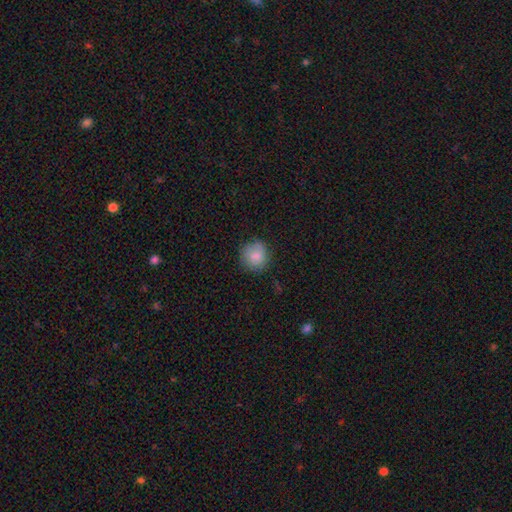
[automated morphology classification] This is clearly a smooth galaxy (83%). How rounded: clearly round (90%). Merging: likely none (76%).